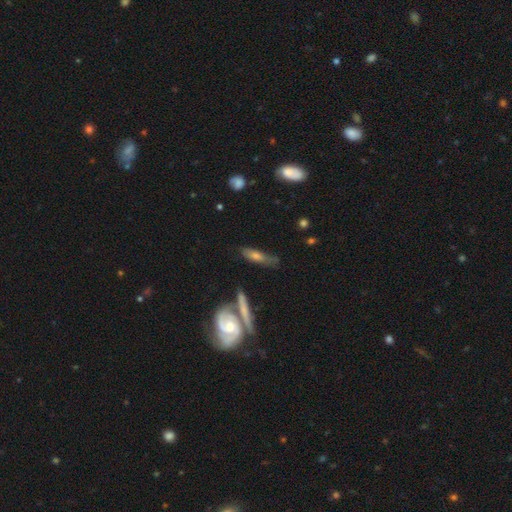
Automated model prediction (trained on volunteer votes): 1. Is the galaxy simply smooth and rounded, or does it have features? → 60% featured or disk, 29% smooth, 11% star or artifact.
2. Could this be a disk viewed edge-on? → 58% no, 42% yes.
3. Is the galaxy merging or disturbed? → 56% none, 20% minor disturbance, 15% merger, 10% major disturbance.